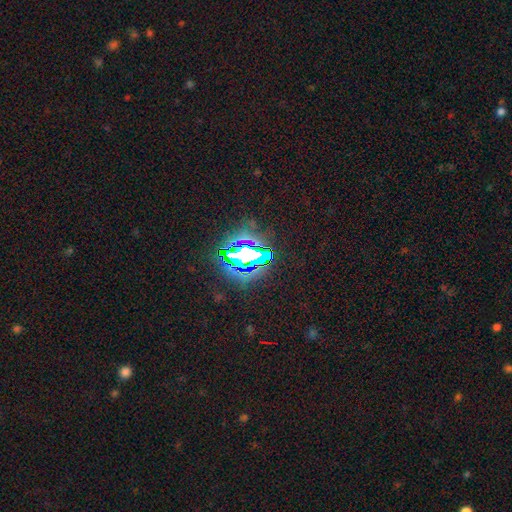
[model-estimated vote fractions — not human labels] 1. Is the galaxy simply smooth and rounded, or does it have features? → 71% star or artifact, 16% smooth, 13% featured or disk.